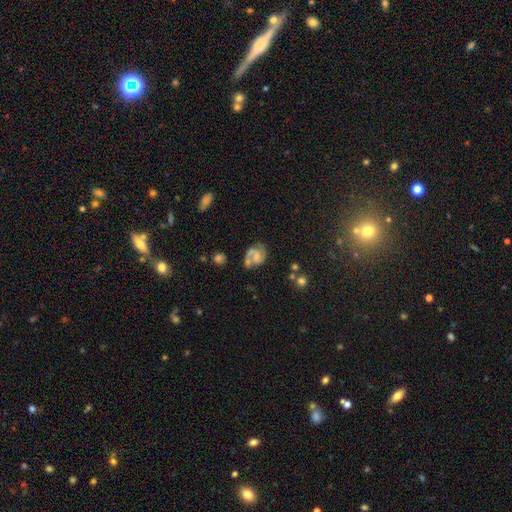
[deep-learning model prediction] The model was most divided on "bulge size": small: 41%, moderate: 35%, none: 19%, large: 4%, dominant: 2%. Remaining: edge-on disk — no (98%); spiral arms — yes (87%); spiral arm count — 2 (73%); smooth or featured — featured or disk (71%); bar — no (55%); spiral winding — medium (49%); merging — none (45%).